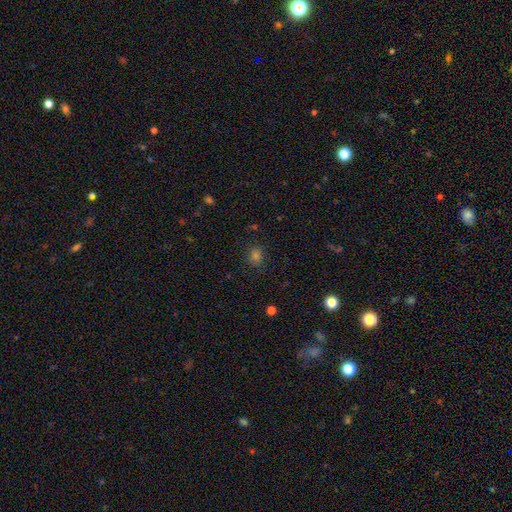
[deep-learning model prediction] The model was most divided on "smooth or featured": smooth: 73%, star or artifact: 22%, featured or disk: 5%. More confident: merging — none (87%); how rounded — round (80%).